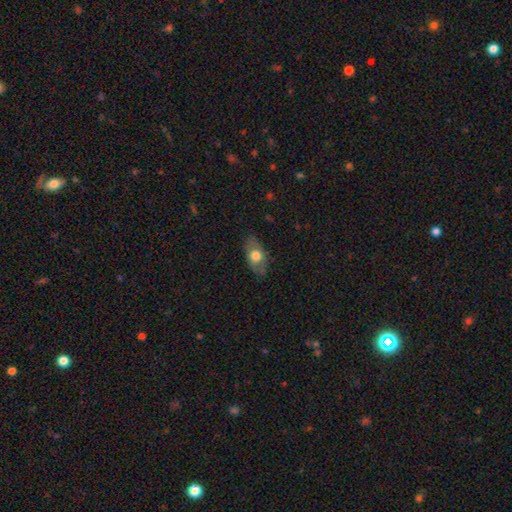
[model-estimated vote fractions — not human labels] Smooth or featured? smooth (61%)
How rounded? in between (87%)
Merging? none (79%)